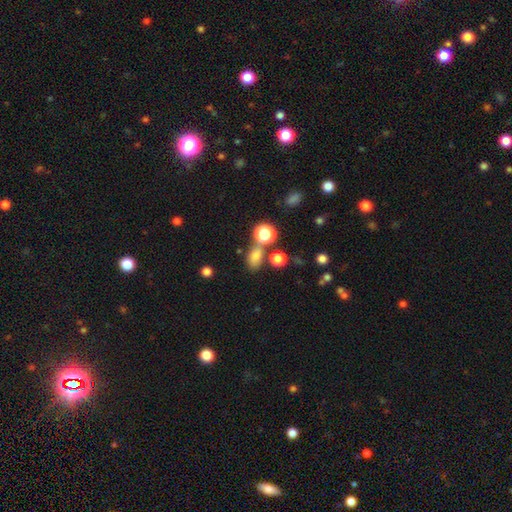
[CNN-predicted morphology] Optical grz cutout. It shows a smooth galaxy with no disk features (73%) that is in between round and cigar-shaped (73%). Merging: none (63%).